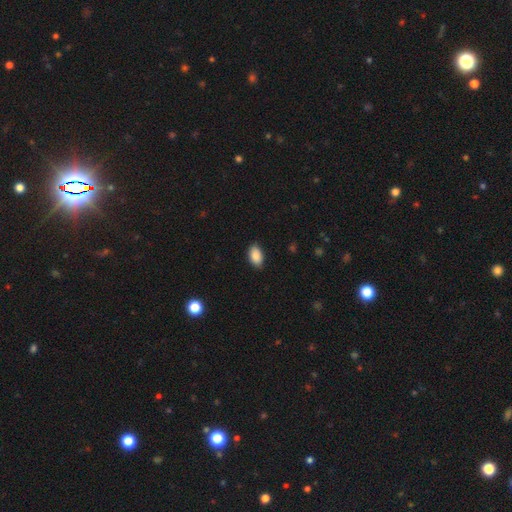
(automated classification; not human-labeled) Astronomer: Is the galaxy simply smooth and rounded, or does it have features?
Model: smooth — 88%.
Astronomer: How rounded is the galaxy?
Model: in between — 93%.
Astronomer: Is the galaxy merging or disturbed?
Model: none — 86%.